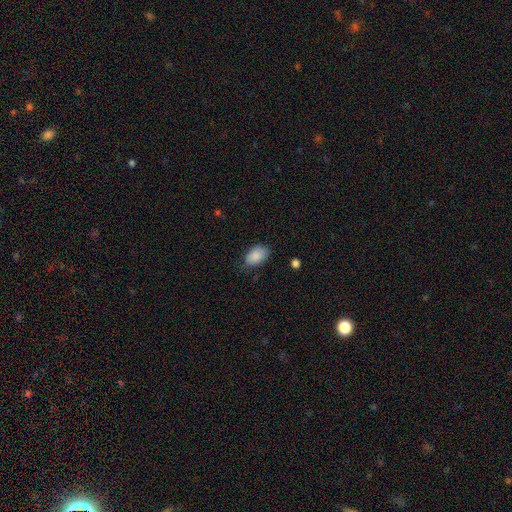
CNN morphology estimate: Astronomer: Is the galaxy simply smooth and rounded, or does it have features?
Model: smooth — 88%.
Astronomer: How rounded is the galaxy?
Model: in between — 91%.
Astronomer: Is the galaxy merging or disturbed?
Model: none — 74%.